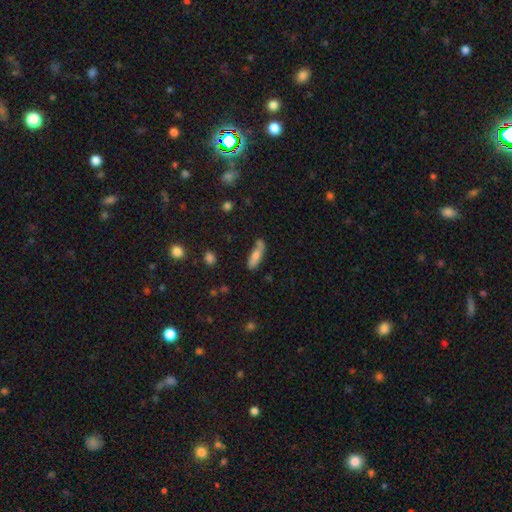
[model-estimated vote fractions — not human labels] The model was most divided on "how rounded" (2-way tie): cigar-shaped: 49%, in between: 49%, round: 3%. More confident: smooth or featured — smooth (68%); merging — none (59%).